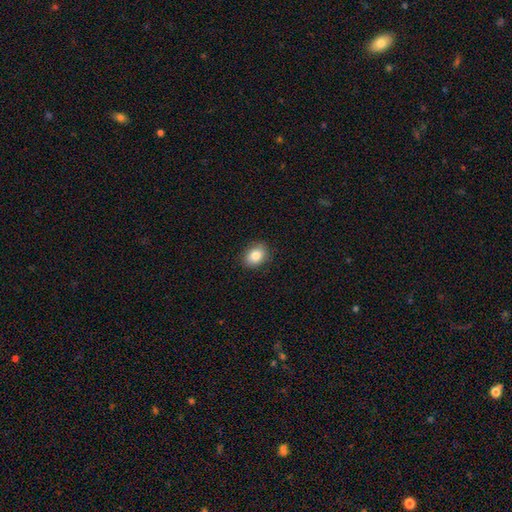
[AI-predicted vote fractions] Smooth or featured?
  - smooth: 84% *
  - star or artifact: 9%
  - featured or disk: 7%
How rounded?
  - in between: 65% *
  - round: 34%
  - cigar-shaped: 1%
Merging?
  - none: 87% *
  - minor disturbance: 10%
  - major disturbance: 2%
  - merger: 1%